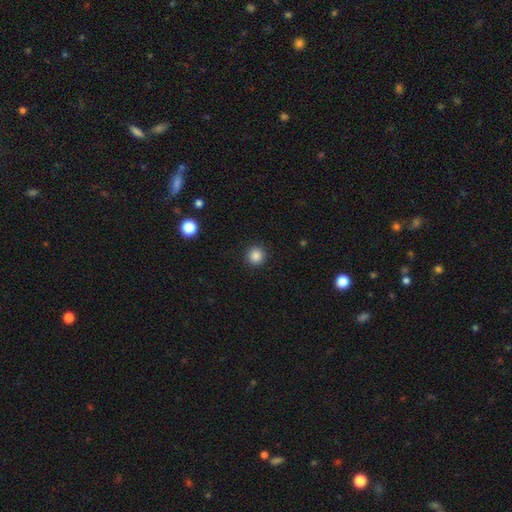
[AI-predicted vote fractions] smooth 86%, star or artifact 11%, featured or disk 3%. Down the decision tree: how rounded — round (95%); merging — none (92%).